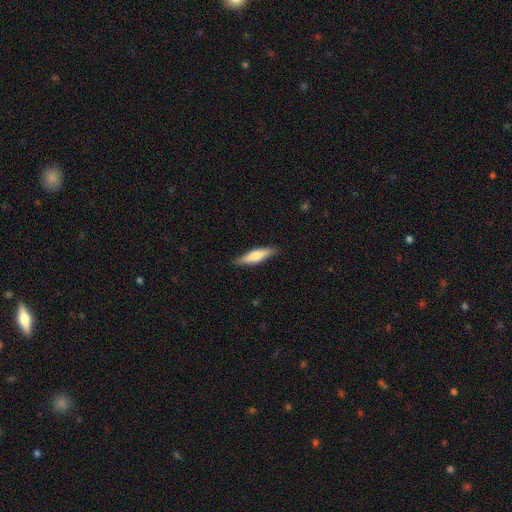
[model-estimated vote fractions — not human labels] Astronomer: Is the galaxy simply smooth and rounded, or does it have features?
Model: smooth — 67%.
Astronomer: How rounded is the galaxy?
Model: cigar-shaped — 70%.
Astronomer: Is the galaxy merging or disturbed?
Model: none — 86%.